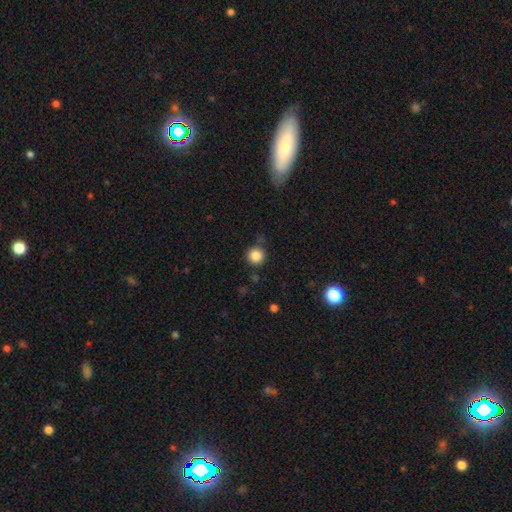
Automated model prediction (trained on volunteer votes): A smooth galaxy with no disk features (85%) that is round (95%). Merging: none (82%).